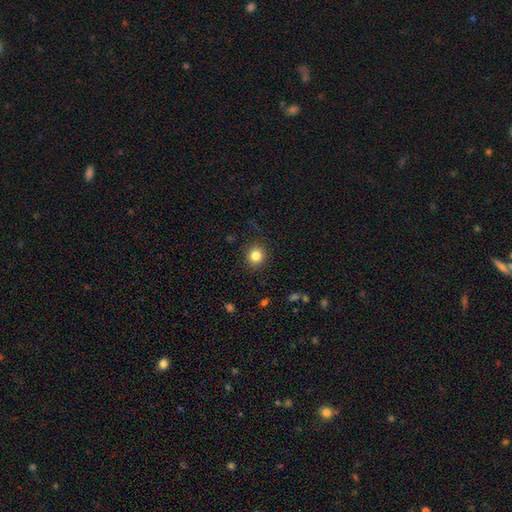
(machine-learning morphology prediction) The model was most divided on "smooth or featured": smooth: 84%, star or artifact: 11%, featured or disk: 5%. More confident: merging — none (88%); how rounded — round (88%).